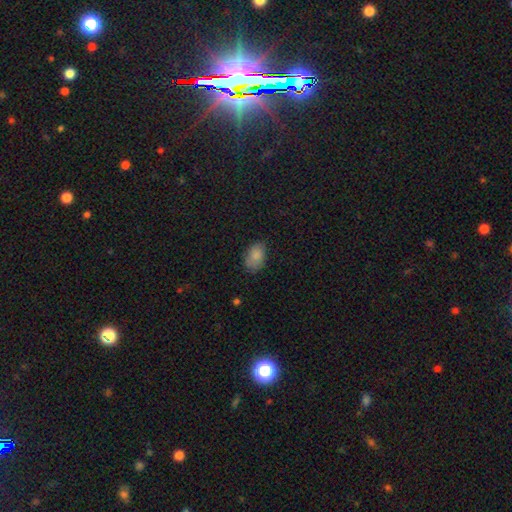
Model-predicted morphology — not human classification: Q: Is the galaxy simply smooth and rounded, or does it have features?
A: smooth — 84%.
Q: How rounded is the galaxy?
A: in between — 88%.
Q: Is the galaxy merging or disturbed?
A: none — 71%.